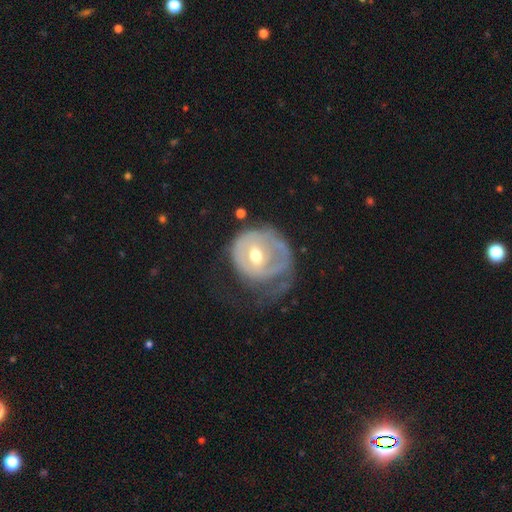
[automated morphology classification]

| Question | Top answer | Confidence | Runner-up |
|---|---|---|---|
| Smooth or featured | featured or disk | 62% | smooth (31%) |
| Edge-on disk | no | 97% | yes (3%) |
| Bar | no | 54% | weak (36%) |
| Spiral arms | yes | 51% | no (49%) |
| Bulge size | moderate | 70% | small (20%) |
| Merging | major disturbance | 41% | none (31%) |